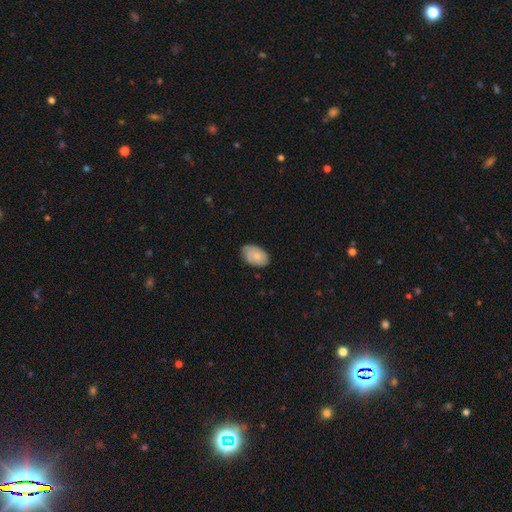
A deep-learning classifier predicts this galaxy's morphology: Smooth or featured? smooth (72%)
How rounded? in between (90%)
Merging? none (74%)